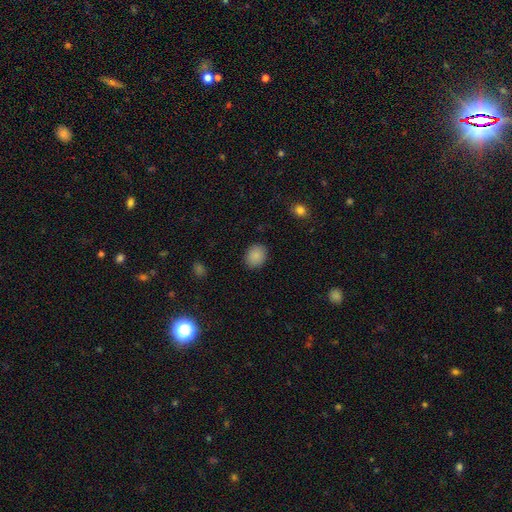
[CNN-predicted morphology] smooth 88%, star or artifact 9%, featured or disk 4%. Down the decision tree: how rounded — round (60%); merging — none (88%).